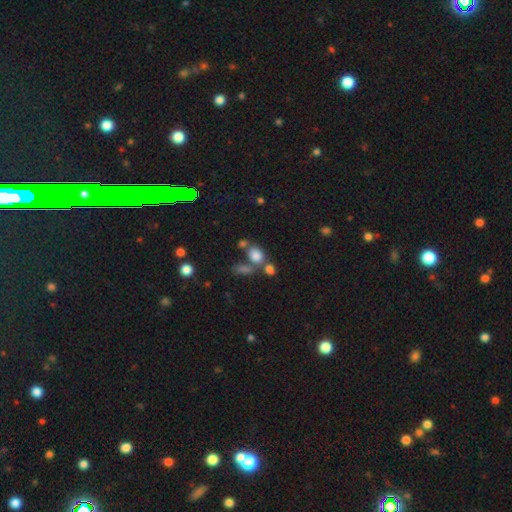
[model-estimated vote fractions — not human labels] smooth_or_featured: smooth (p=0.78) [alt: star or artifact p=0.13]
how_rounded: in between (p=0.54) [alt: round p=0.44]
merging: none (p=0.48) [alt: merger p=0.33]